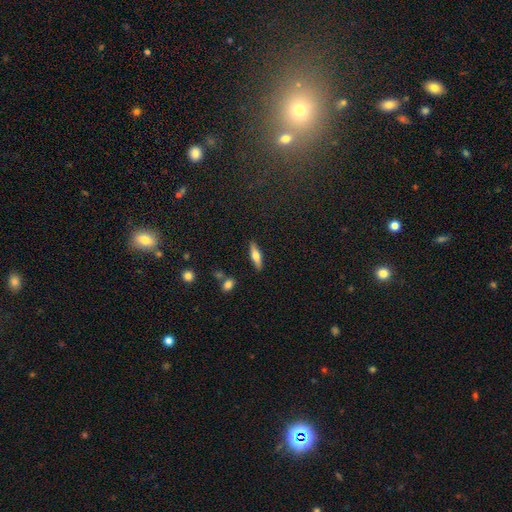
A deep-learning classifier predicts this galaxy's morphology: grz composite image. It shows a smooth galaxy with no disk features (58%) that is cigar-shaped (60%). Merging: none (87%).